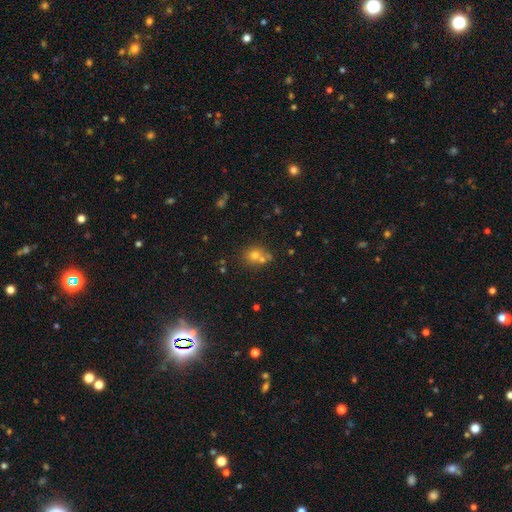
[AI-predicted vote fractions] This is likely a smooth galaxy (67%). How rounded: likely round (76%). Merging: possibly none (52%).